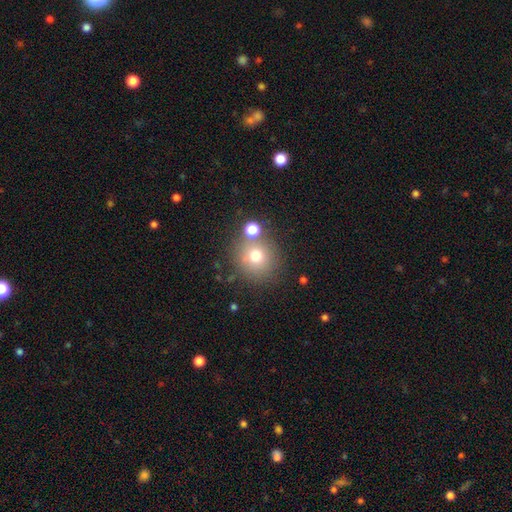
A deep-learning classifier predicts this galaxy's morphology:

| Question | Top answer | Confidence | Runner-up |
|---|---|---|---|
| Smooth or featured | smooth | 71% | star or artifact (15%) |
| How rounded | round | 91% | in between (8%) |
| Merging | none | 72% | merger (13%) |